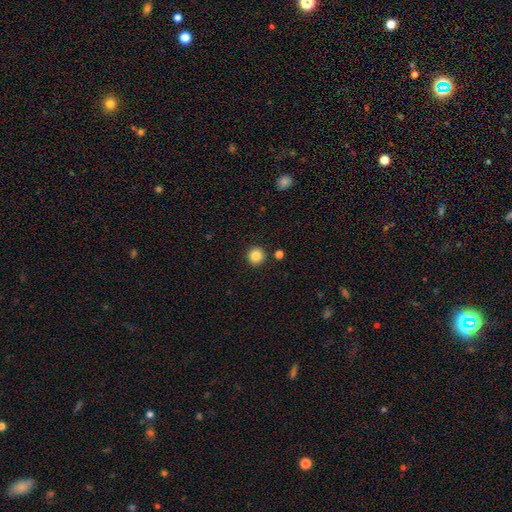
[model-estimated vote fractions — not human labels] smooth 85%, star or artifact 10%, featured or disk 4%. Down the decision tree: how rounded — round (95%); merging — none (91%).